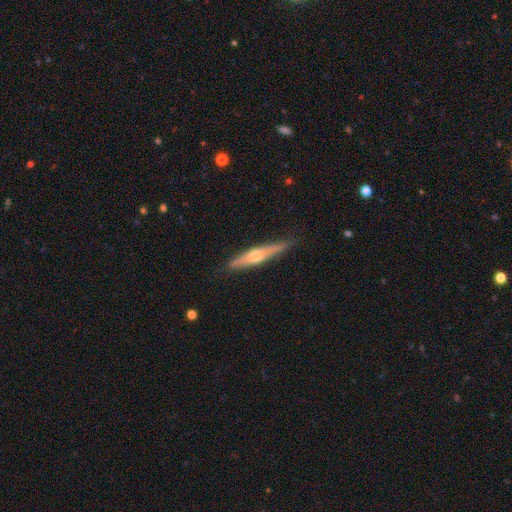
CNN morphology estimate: smooth_or_featured: featured or disk (p=0.63) [alt: smooth p=0.32]
disk_edge_on: yes (p=0.95) [alt: no p=0.05]
edge_on_bulge: rounded (p=0.91) [alt: none p=0.06]
merging: none (p=0.86) [alt: minor disturbance p=0.11]